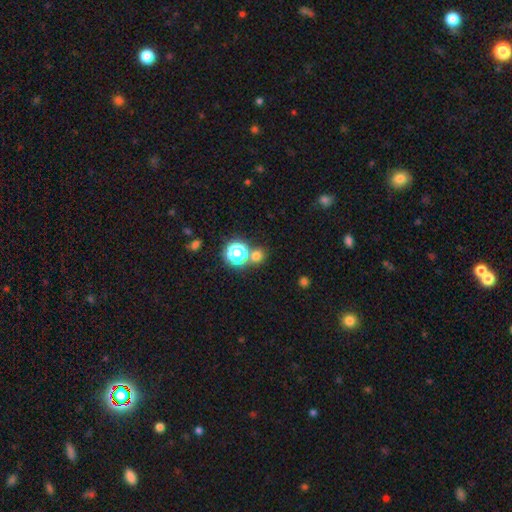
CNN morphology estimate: type=smooth (67%); roundness=round (85%); merging=none (69%).